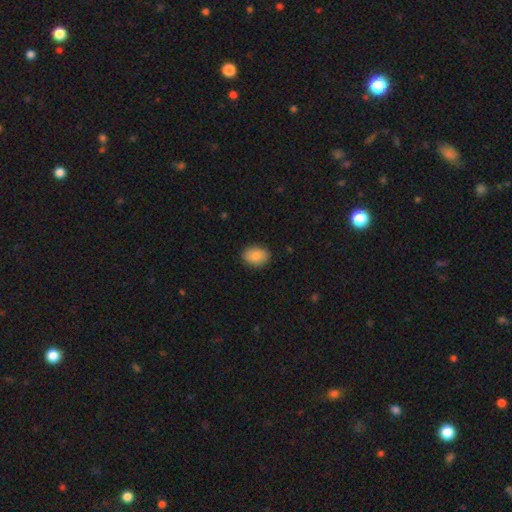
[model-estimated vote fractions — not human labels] The model was most divided on "how rounded": in between: 72%, round: 27%, cigar-shaped: 1%. More confident: smooth or featured — smooth (87%); merging — none (86%).